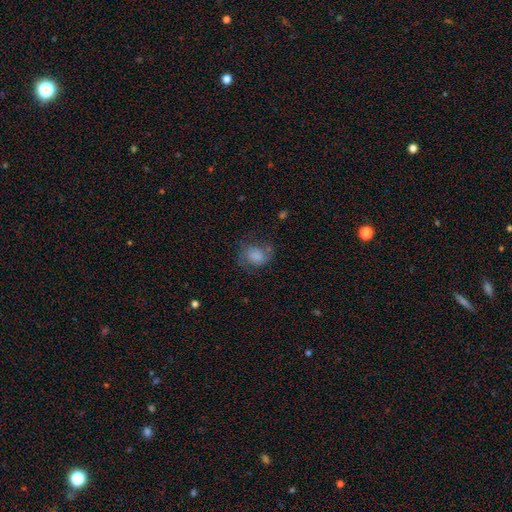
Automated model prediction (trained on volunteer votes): A smooth galaxy with no disk features (68%) that is round (54%). Merging: none (54%).